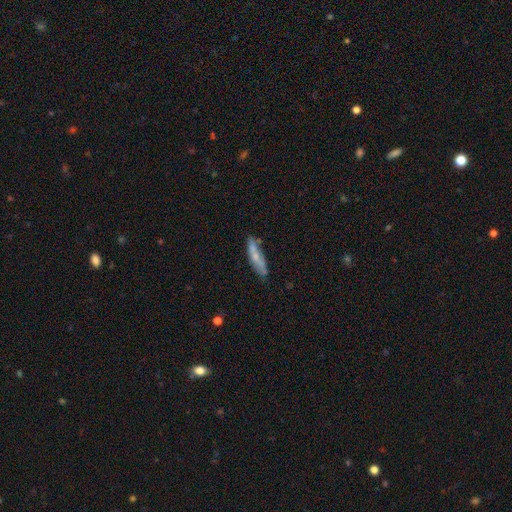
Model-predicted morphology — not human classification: Q: Smooth or featured?
A: smooth (56%); runner-up: featured or disk (37%)
Q: How rounded?
A: cigar-shaped (75%); runner-up: in between (23%)
Q: Merging?
A: none (67%); runner-up: minor disturbance (22%)